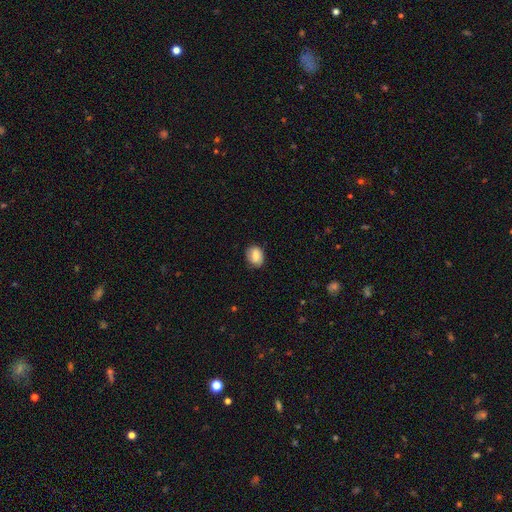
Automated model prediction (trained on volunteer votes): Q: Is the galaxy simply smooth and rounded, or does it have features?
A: smooth — 77%.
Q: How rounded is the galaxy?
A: in between — 60%.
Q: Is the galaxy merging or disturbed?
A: none — 79%.